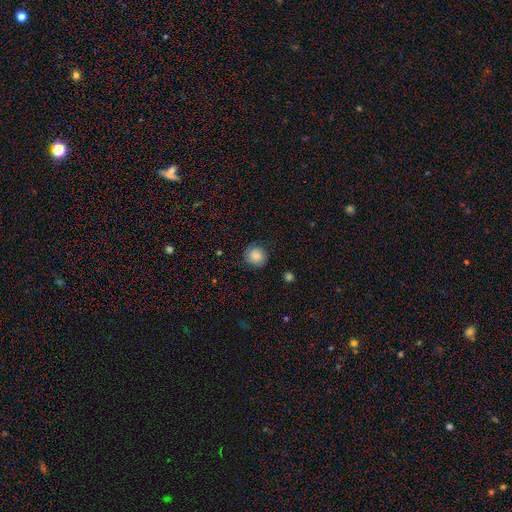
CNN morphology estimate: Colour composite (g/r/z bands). It shows a smooth galaxy with no disk features (83%) that is round (89%). Merging: none (83%).